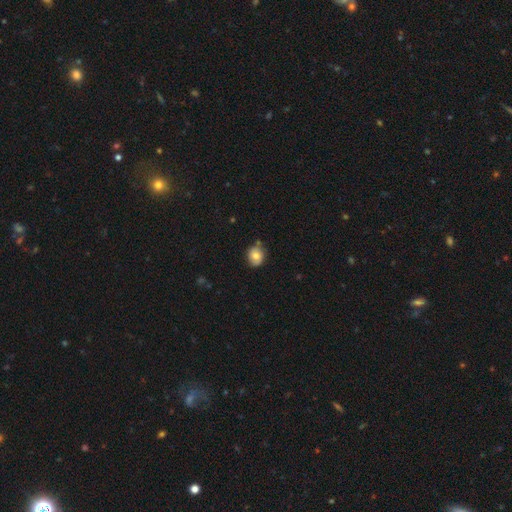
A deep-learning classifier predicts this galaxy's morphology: Smooth or featured: smooth — 75% (featured or disk — 16%)
How rounded: round — 66% (in between — 33%)
Merging: none — 74% (minor disturbance — 19%)